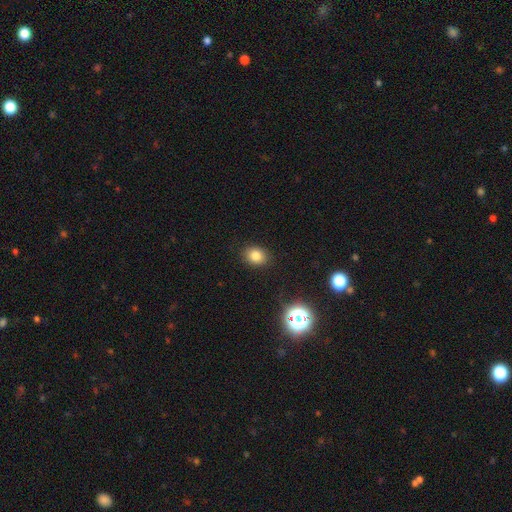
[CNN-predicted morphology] Q: Smooth or featured?
A: smooth (81%); runner-up: star or artifact (13%)
Q: How rounded?
A: round (51%); runner-up: in between (48%)
Q: Merging?
A: none (88%); runner-up: minor disturbance (8%)